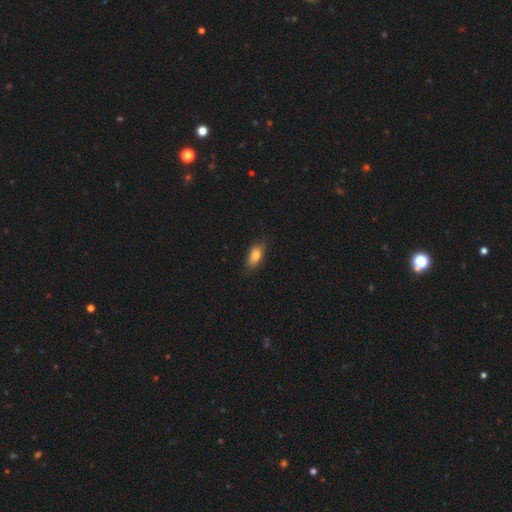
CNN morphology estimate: type=smooth (81%); roundness=in between (85%); merging=none (81%).